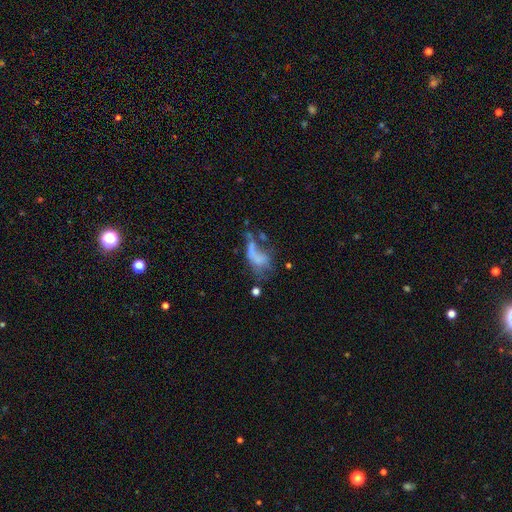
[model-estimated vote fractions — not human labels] smooth 44%, featured or disk 40%, star or artifact 15%. Down the decision tree: merging — major disturbance (43%).